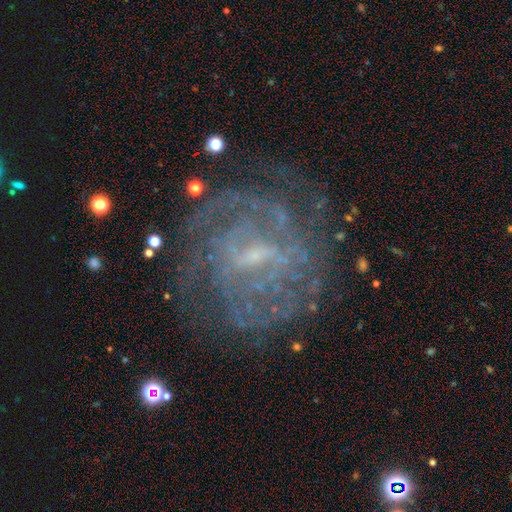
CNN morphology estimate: Q: Smooth or featured?
A: featured or disk (80%); runner-up: star or artifact (10%)
Q: Edge-on disk?
A: no (97%); runner-up: yes (3%)
Q: Bar?
A: weak (57%); runner-up: strong (23%)
Q: Spiral arms?
A: yes (83%); runner-up: no (17%)
Q: Spiral winding?
A: tight (62%); runner-up: medium (28%)
Q: Spiral arm count?
A: can't tell (53%); runner-up: 2 (12%)
Q: Bulge size?
A: small (61%); runner-up: none (19%)
Q: Merging?
A: none (73%); runner-up: minor disturbance (15%)